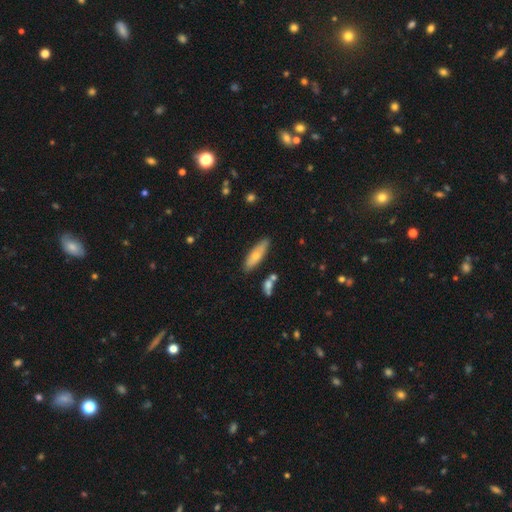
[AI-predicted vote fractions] This appears to be a smooth galaxy with no disk features (64%) that is cigar-shaped (50%). Merging: none (80%).